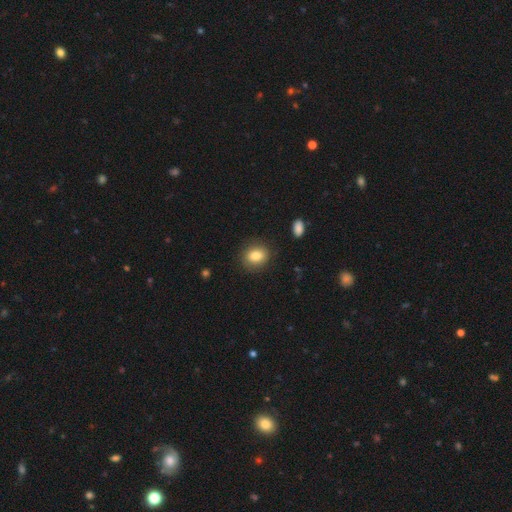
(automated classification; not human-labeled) A smooth galaxy with no disk features (83%) that is round (59%). Merging: none (86%).